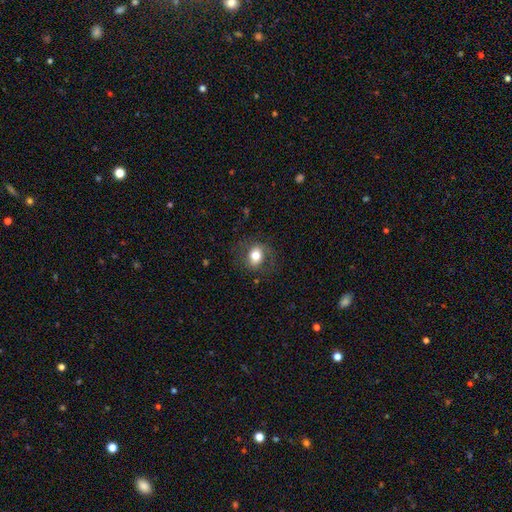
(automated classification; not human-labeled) Smooth or featured?
  - smooth: 72% *
  - featured or disk: 19%
  - star or artifact: 9%
How rounded?
  - in between: 59% *
  - round: 40%
  - cigar-shaped: 1%
Merging?
  - none: 75% *
  - minor disturbance: 15%
  - major disturbance: 8%
  - merger: 1%